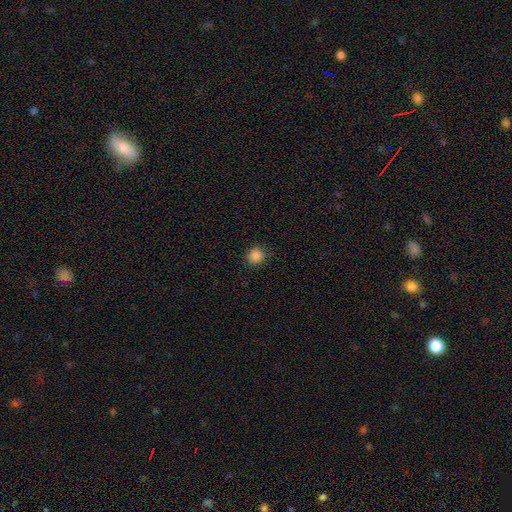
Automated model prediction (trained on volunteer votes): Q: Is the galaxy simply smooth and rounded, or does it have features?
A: smooth — 86%.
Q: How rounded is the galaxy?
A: round — 89%.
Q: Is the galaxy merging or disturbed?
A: none — 88%.